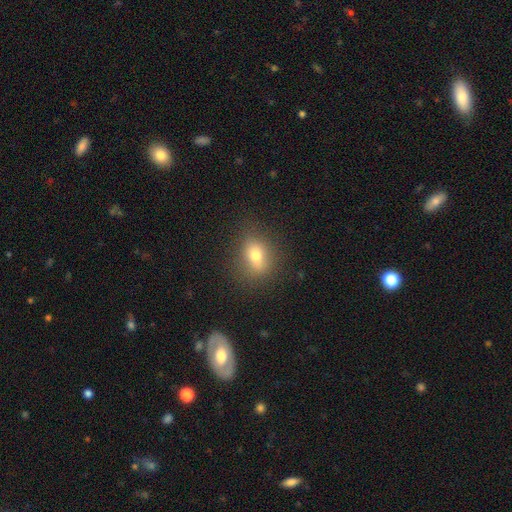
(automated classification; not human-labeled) This appears to be a smooth galaxy with no disk features (70%) that is round (49%). Merging: none (80%).